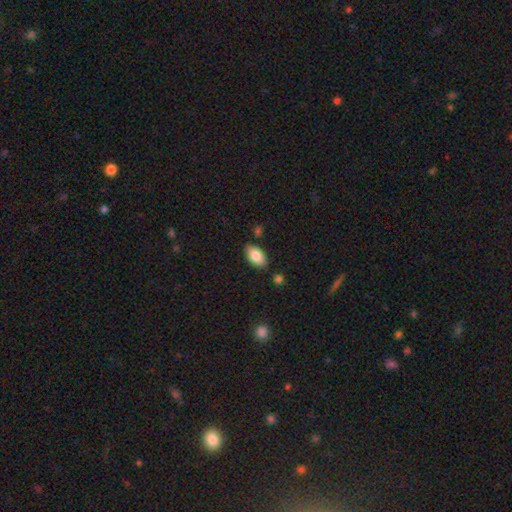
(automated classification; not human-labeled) smooth 84%, featured or disk 10%, star or artifact 7%. Down the decision tree: how rounded — in between (93%); merging — none (83%).